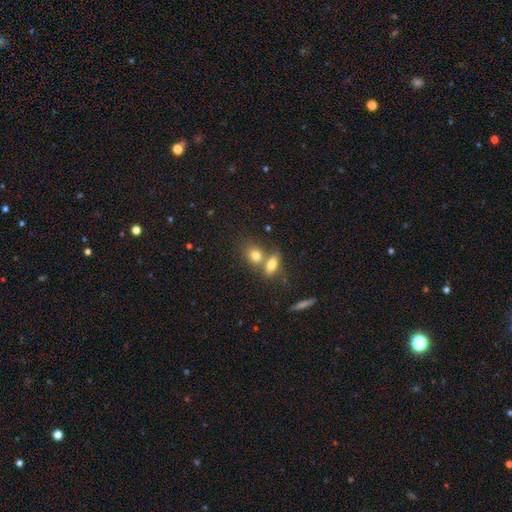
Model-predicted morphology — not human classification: The model was most divided on "merging": merger: 48%, none: 40%, minor disturbance: 8%, major disturbance: 3%. More confident: smooth or featured — smooth (77%); how rounded — in between (58%).